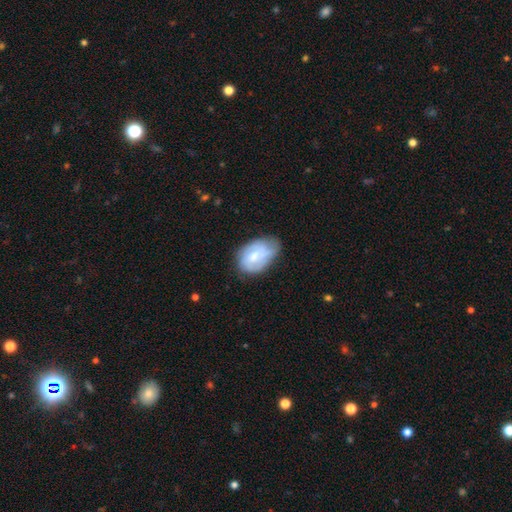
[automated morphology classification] The model was most divided on "merging": none: 48%, minor disturbance: 38%, major disturbance: 12%, merger: 2%. More confident: how rounded — in between (85%); smooth or featured — smooth (55%).